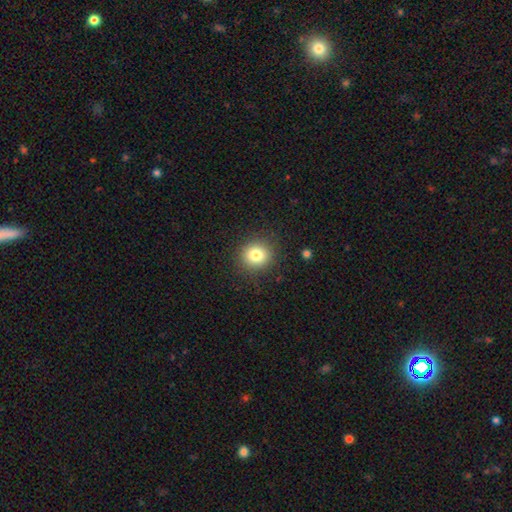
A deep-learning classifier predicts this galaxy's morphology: A smooth galaxy with no disk features (80%) that is round (88%).

Vote fractions:
- Smooth or featured? smooth: 80% / star or artifact: 13% / featured or disk: 7%
- How rounded? round: 88% / in between: 11% / cigar-shaped: 1%
- Merging? none: 91% / minor disturbance: 6% / major disturbance: 2% / merger: 1%